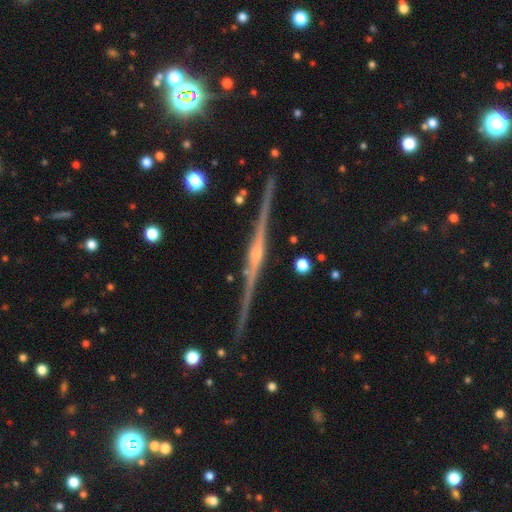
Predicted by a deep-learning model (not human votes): Smooth or featured? Predicted: featured or disk (p=0.89). Edge-on disk? Predicted: yes (p=0.98). Edge-on bulge? Predicted: rounded (p=0.84). Merging? Predicted: none (p=0.88).